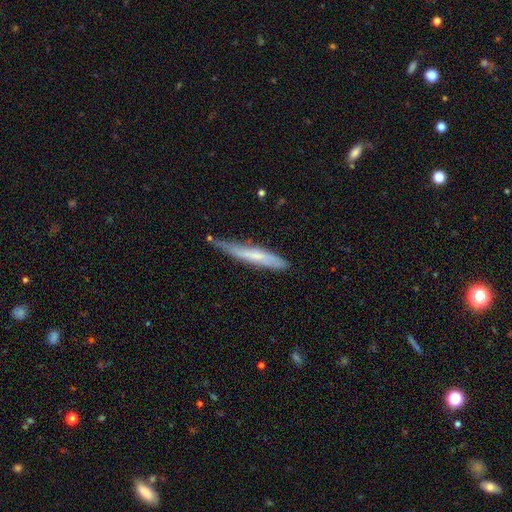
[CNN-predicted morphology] smooth_or_featured: smooth (p=0.55) [alt: featured or disk p=0.39]
how_rounded: cigar-shaped (p=0.93) [alt: in between p=0.06]
merging: none (p=0.54) [alt: minor disturbance p=0.34]